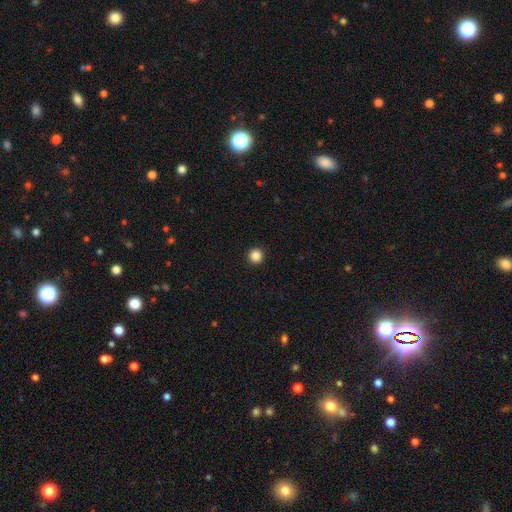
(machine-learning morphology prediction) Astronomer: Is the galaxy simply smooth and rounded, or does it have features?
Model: smooth — 86%.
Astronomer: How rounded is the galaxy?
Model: round — 96%.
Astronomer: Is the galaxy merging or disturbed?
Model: none — 94%.